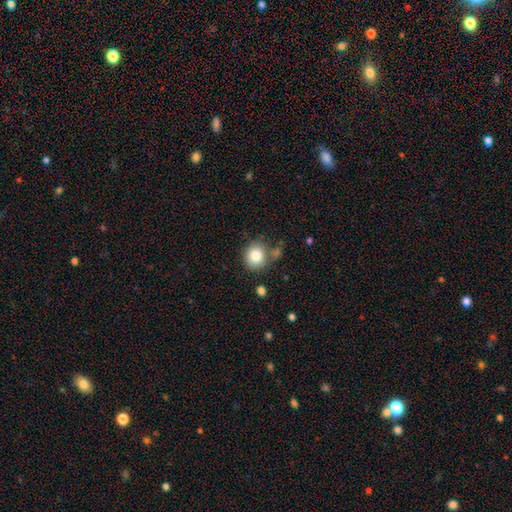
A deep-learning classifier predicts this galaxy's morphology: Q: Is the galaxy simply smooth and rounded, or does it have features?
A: smooth — 83%.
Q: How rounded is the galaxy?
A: round — 80%.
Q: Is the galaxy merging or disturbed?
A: none — 71%.